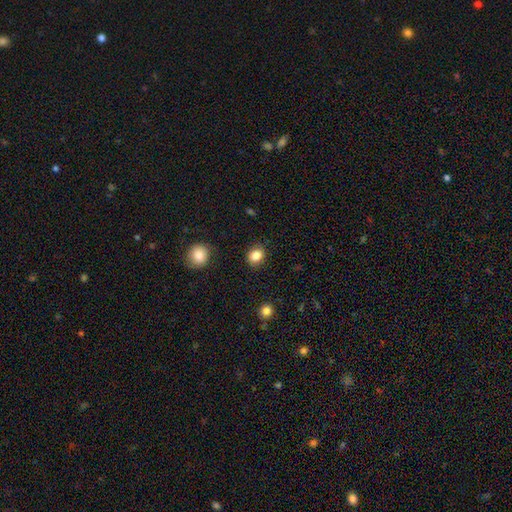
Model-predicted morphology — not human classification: Smooth or featured: smooth — 84% (star or artifact — 10%)
How rounded: round — 59% (in between — 40%)
Merging: none — 87% (minor disturbance — 9%)